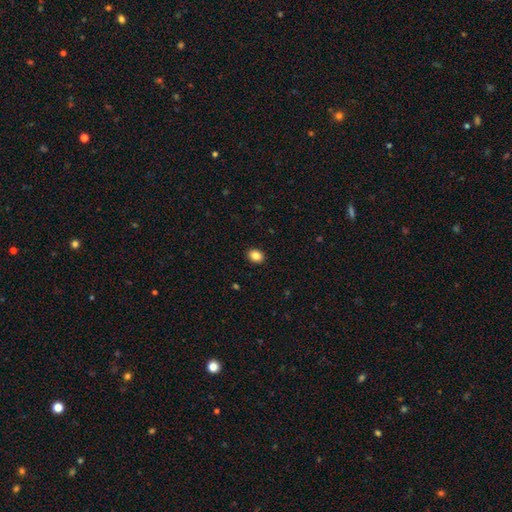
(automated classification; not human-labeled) smooth 86%, star or artifact 10%, featured or disk 5%. Down the decision tree: how rounded — in between (58%); merging — none (91%).